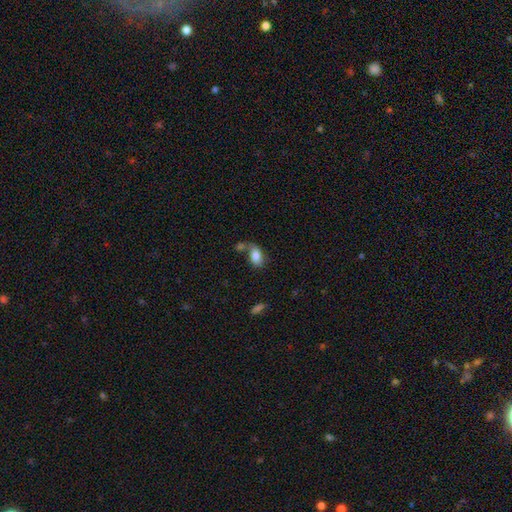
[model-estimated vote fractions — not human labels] Morphology: type=smooth (80%); roundness=in between (90%); merging=none (40%).